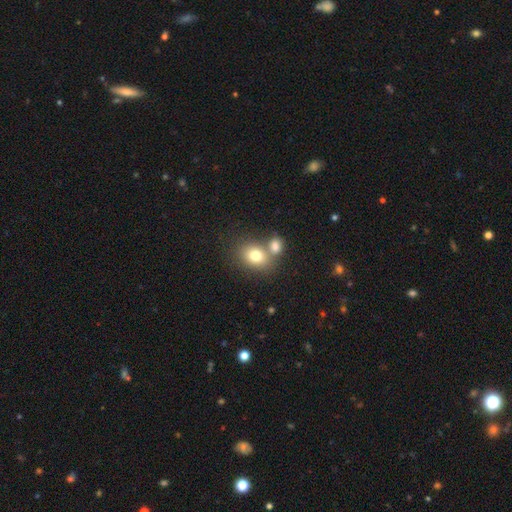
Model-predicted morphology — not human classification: Q: Smooth or featured?
A: smooth (77%); runner-up: featured or disk (12%)
Q: How rounded?
A: in between (51%); runner-up: round (48%)
Q: Merging?
A: none (45%); runner-up: merger (43%)